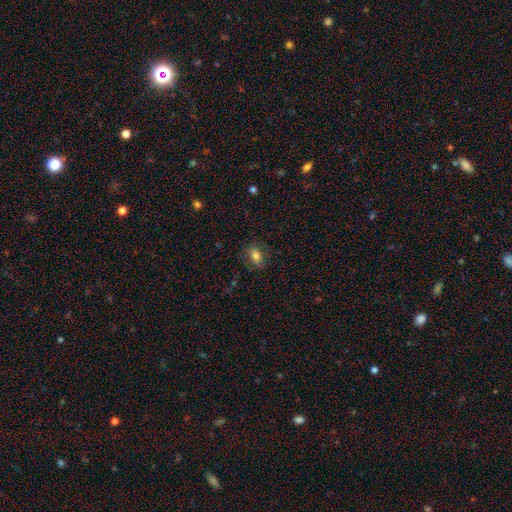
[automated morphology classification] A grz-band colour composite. It shows a smooth galaxy with no disk features (73%) that is in between round and cigar-shaped (72%). Merging: none (77%).